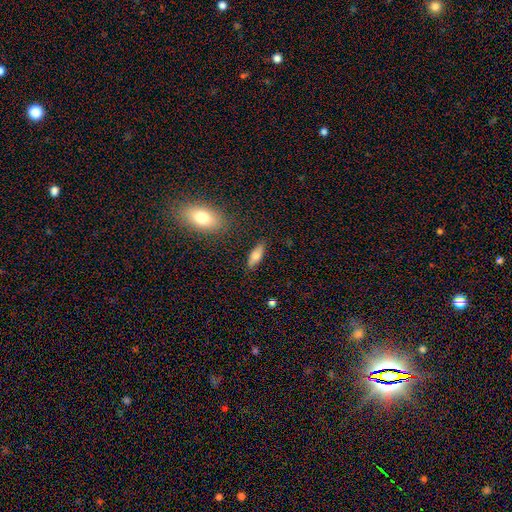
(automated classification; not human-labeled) This is likely a smooth galaxy (74%). How rounded: likely in between (65%). Merging: clearly none (84%).